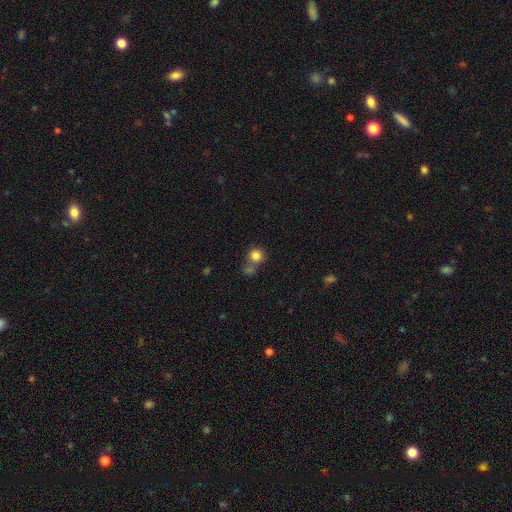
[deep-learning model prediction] Morphology: type=smooth (83%); roundness=round (90%); merging=none (58%).